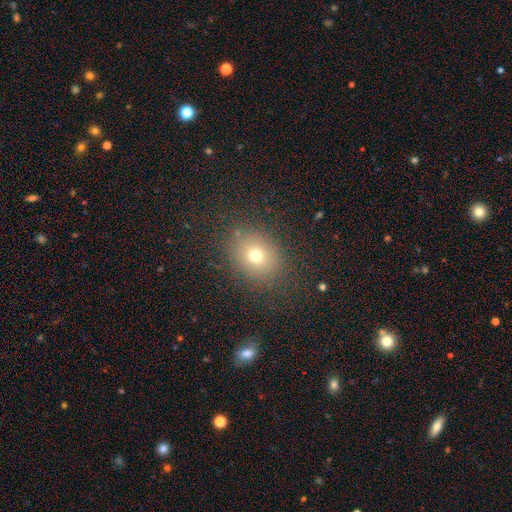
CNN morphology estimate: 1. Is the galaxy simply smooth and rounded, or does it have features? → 71% smooth, 17% star or artifact, 12% featured or disk.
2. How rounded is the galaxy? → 50% in between, 49% round, 1% cigar-shaped.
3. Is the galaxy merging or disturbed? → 84% none, 10% minor disturbance, 4% major disturbance, 2% merger.